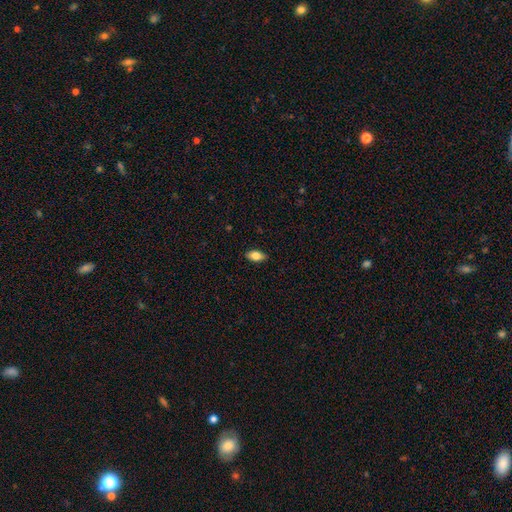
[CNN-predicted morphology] Smooth or featured?
  - smooth: 81% *
  - featured or disk: 11%
  - star or artifact: 7%
How rounded?
  - in between: 91% *
  - cigar-shaped: 5%
  - round: 4%
Merging?
  - none: 87% *
  - minor disturbance: 10%
  - major disturbance: 2%
  - merger: 1%